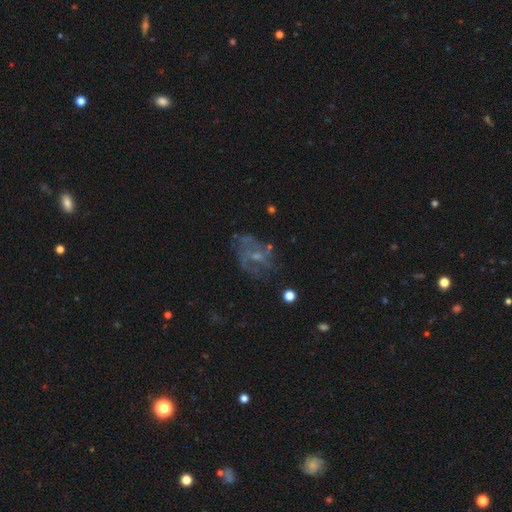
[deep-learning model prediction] featured or disk 67%, smooth 20%, star or artifact 14%. Down the decision tree: edge-on disk — no (97%); bar — no (61%); spiral arms — yes (61%); bulge size — small (56%); merging — none (53%).